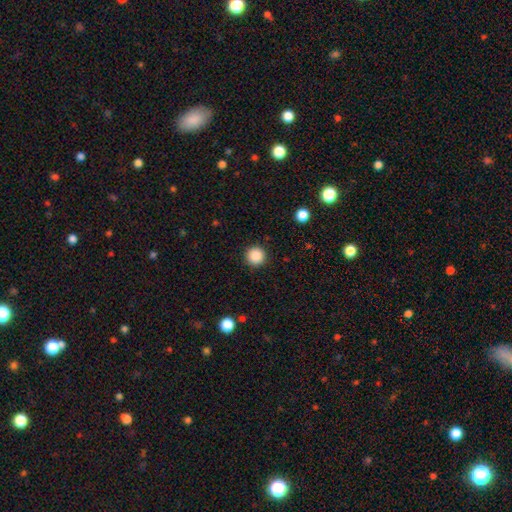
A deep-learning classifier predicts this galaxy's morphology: The model was most divided on "smooth or featured": smooth: 87%, star or artifact: 10%, featured or disk: 3%. More confident: how rounded — round (96%); merging — none (92%).